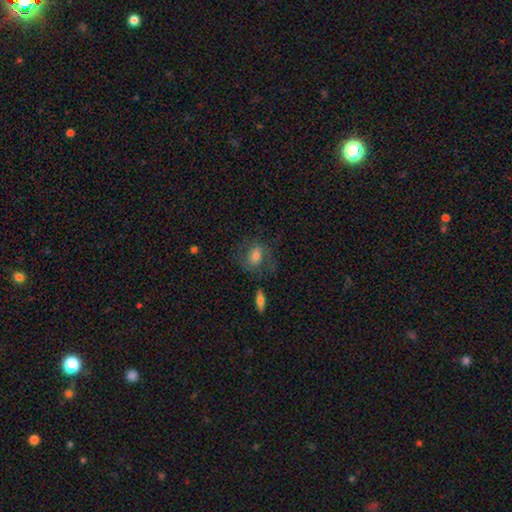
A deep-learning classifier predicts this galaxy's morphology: Overall: smooth (56%; featured or disk 33%). How rounded: in between (50%; round 48%). Merging: none (67%).